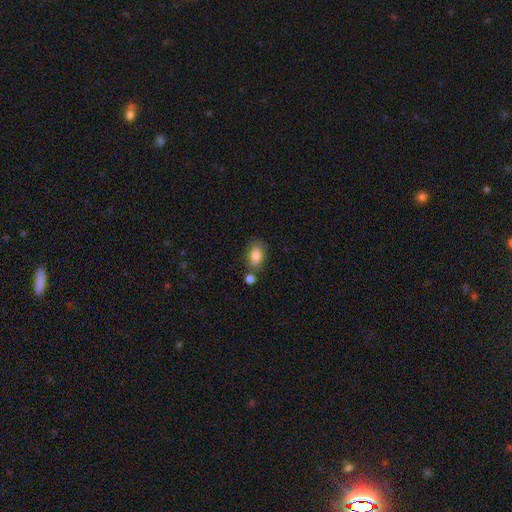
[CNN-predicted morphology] type=smooth (81%); roundness=in between (88%); merging=none (66%).